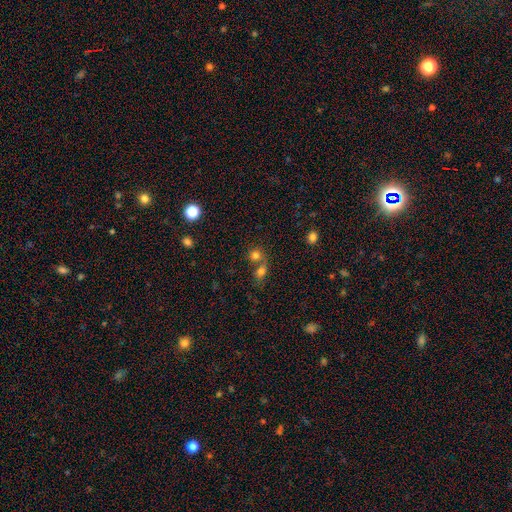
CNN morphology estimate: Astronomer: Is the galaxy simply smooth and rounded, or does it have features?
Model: smooth — 77%.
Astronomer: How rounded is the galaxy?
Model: round — 75%.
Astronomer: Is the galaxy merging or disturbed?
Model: merger — 54% (runner-up: none, 35%).